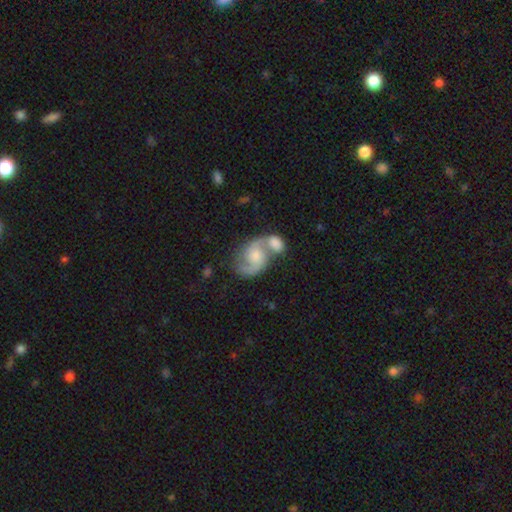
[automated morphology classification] This is clearly a featured or disk galaxy (81%). It is clearly not viewed edge-on (98%). Bar: likely no (63%). Spiral arm pattern: clearly yes (95%). Spiral arm count: clearly 2 (91%). Spiral winding: possibly medium (51%). Central bulge: marginally moderate (45%). Merging: possibly merger (51%).